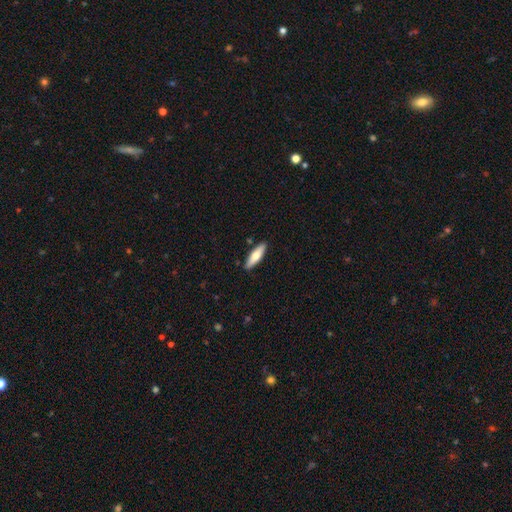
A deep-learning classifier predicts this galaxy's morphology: smooth-or-featured: smooth: 66% | featured or disk: 29% | star or artifact: 5%
  how-rounded: cigar-shaped: 59% | in between: 40% | round: 2%
  merging: none: 89% | minor disturbance: 8% | merger: 2% | major disturbance: 2%